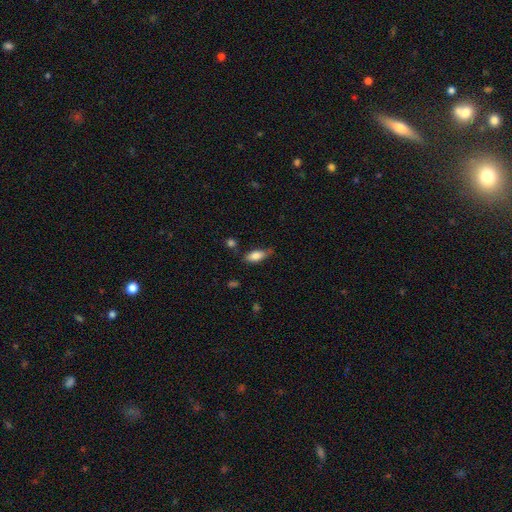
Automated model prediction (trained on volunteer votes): Smooth or featured? Predicted: smooth (p=0.80). How rounded? Predicted: in between (p=0.79). Merging? Predicted: none (p=0.64).